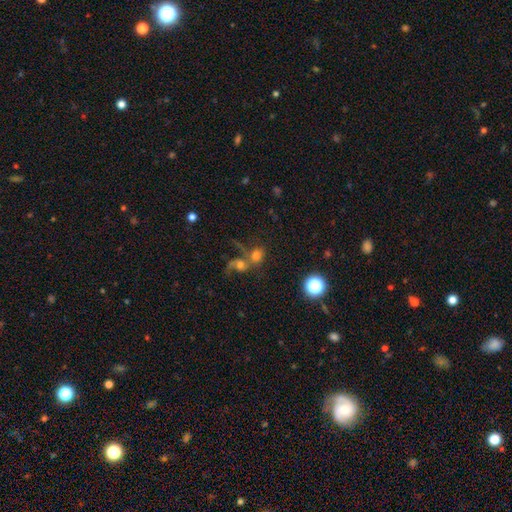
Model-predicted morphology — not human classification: A smooth galaxy with no disk features (51%) that is round (74%).

Vote fractions:
- Smooth or featured? smooth: 51% / featured or disk: 28% / star or artifact: 21%
- How rounded? round: 74% / in between: 24% / cigar-shaped: 2%
- Merging? merger: 53% / none: 31% / major disturbance: 8% / minor disturbance: 7%